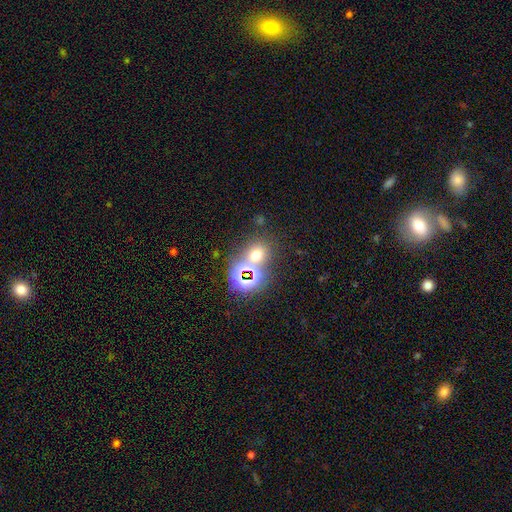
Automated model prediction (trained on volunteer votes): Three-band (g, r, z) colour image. It shows a smooth galaxy with no disk features (56%) that is round (70%). Merging: none (63%).